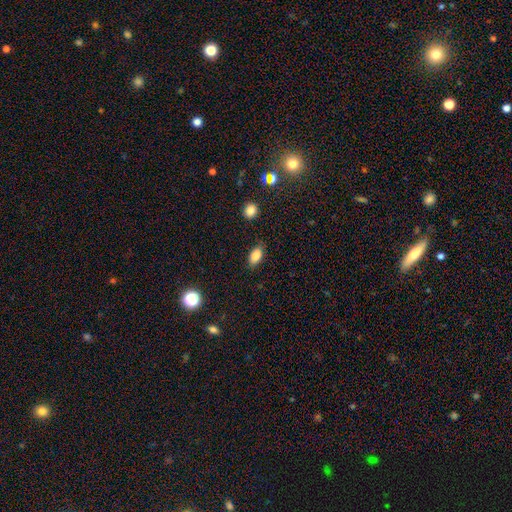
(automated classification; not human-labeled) A smooth galaxy with no disk features (86%) that is in between round and cigar-shaped (89%). Merging: none (83%).